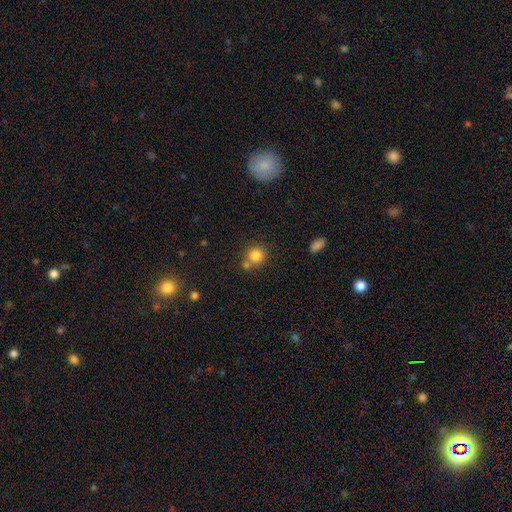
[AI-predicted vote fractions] This appears to be a smooth galaxy with no disk features (81%) that is round (88%). Merging: none (59%).